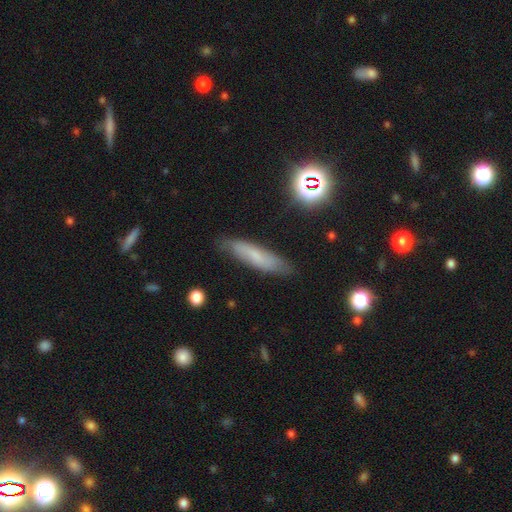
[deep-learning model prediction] Smooth or featured?
  - smooth: 61% *
  - featured or disk: 27%
  - star or artifact: 11%
How rounded?
  - cigar-shaped: 74% *
  - in between: 24%
  - round: 2%
Merging?
  - none: 79% *
  - minor disturbance: 16%
  - major disturbance: 3%
  - merger: 2%